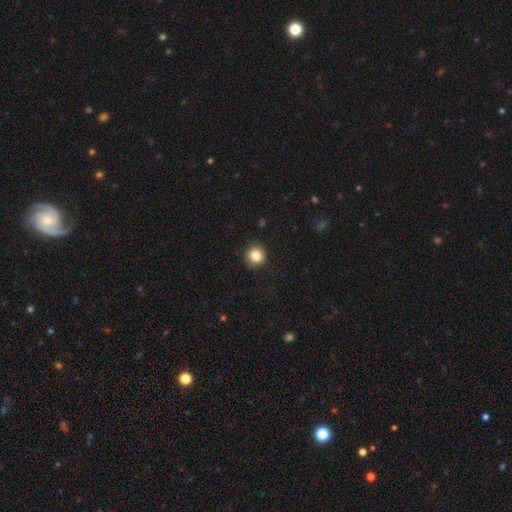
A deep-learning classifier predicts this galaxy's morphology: This is clearly a smooth galaxy (86%). How rounded: clearly round (91%). Merging: clearly none (89%).